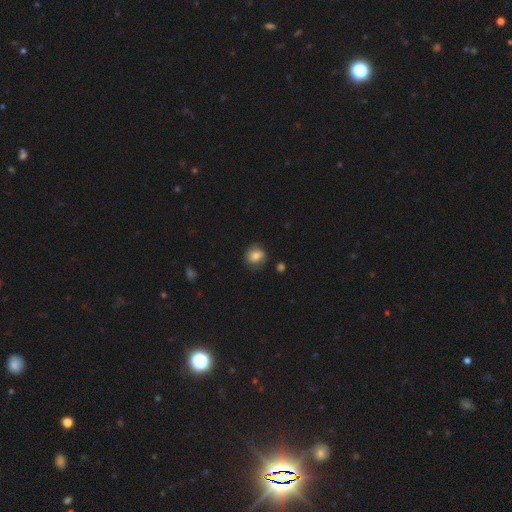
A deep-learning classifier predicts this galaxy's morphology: The model was most divided on "how rounded": round: 69%, in between: 30%, cigar-shaped: 1%. More confident: merging — none (77%); smooth or featured — smooth (77%).